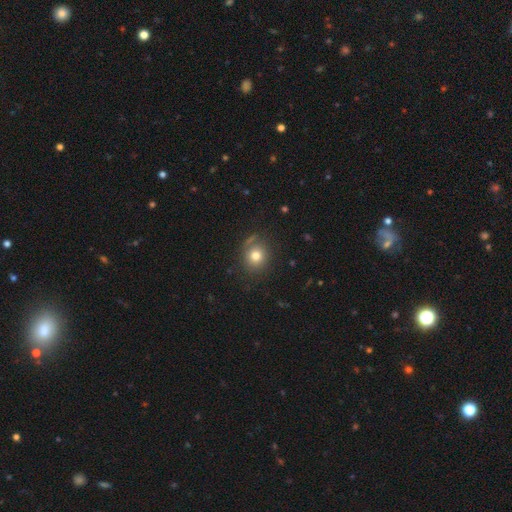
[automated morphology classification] Overall: smooth (76%). How rounded: round (80%). Merging: none (77%).